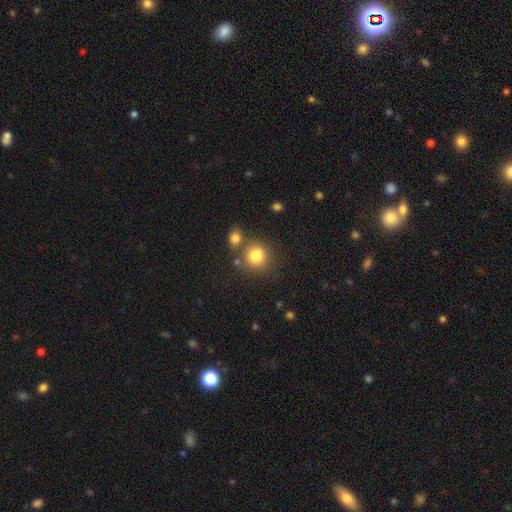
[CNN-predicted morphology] Q: Smooth or featured?
A: smooth (81%); runner-up: star or artifact (11%)
Q: How rounded?
A: round (85%); runner-up: in between (14%)
Q: Merging?
A: none (62%); runner-up: merger (21%)